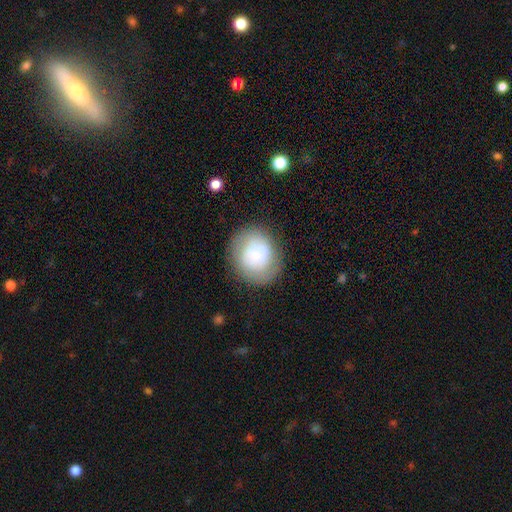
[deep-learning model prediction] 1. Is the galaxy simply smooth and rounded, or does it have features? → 66% smooth, 26% featured or disk, 8% star or artifact.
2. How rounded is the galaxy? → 74% round, 25% in between, 1% cigar-shaped.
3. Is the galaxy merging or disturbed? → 74% none, 16% minor disturbance, 7% major disturbance, 2% merger.